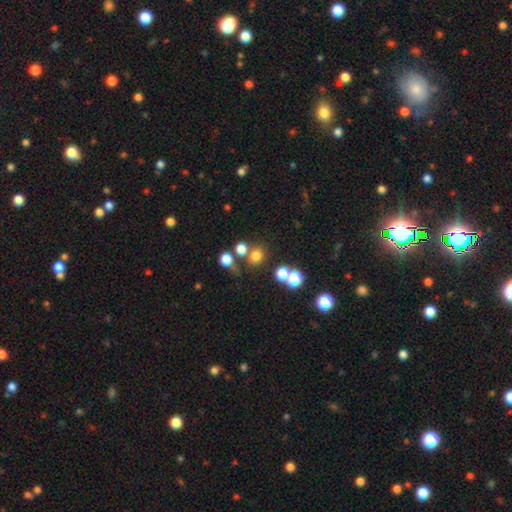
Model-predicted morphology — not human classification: A smooth galaxy with no disk features (71%) that is round (81%). Merging: none (64%).